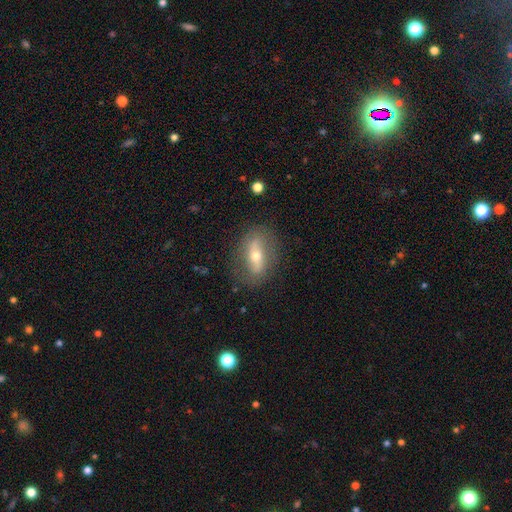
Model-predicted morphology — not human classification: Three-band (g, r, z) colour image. It shows a featured or disk galaxy (60%). Merging: none (80%).